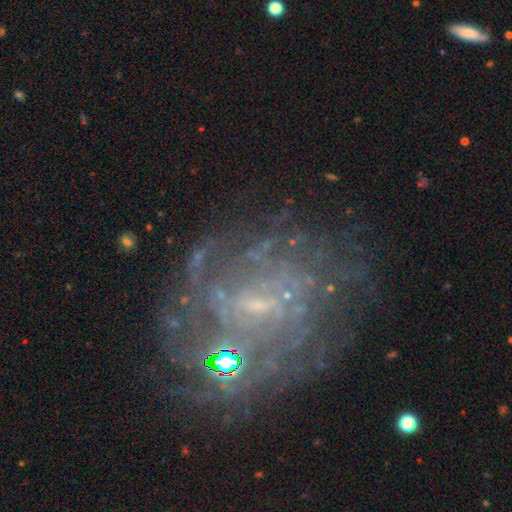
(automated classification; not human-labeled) Smooth or featured? Predicted: featured or disk (p=0.77). Edge-on disk? Predicted: no (p=0.97). Bar? Predicted: weak (p=0.50). Spiral arms? Predicted: yes (p=0.78). Spiral winding? Predicted: tight (p=0.56). Spiral arm count? Predicted: can't tell (p=0.55). Bulge size? Predicted: small (p=0.66). Merging? Predicted: none (p=0.63).